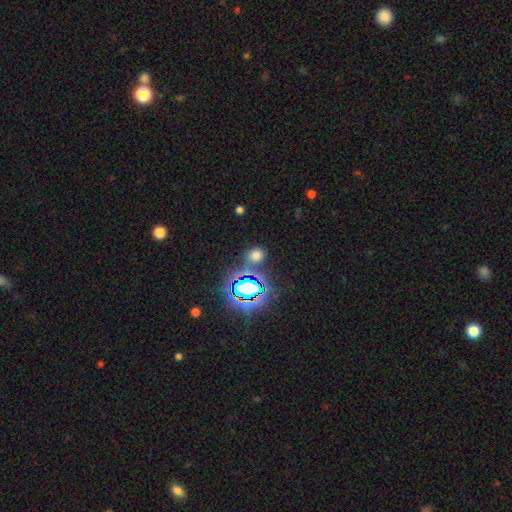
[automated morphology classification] Smooth or featured? Predicted: smooth (p=0.59). How rounded? Predicted: round (p=0.74). Merging? Predicted: none (p=0.78).